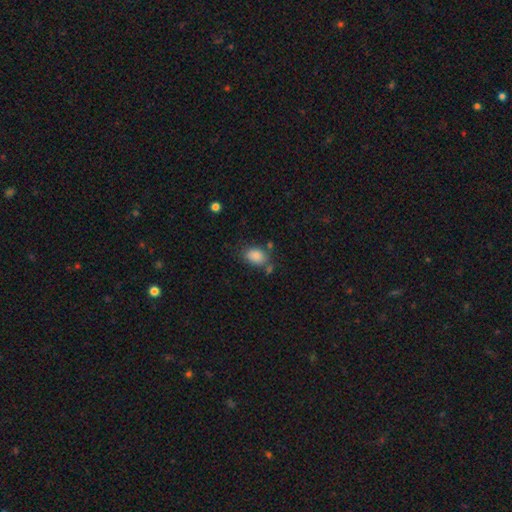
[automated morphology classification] Smooth or featured: smooth — 86% (star or artifact — 9%)
How rounded: in between — 80% (round — 18%)
Merging: none — 65% (minor disturbance — 18%)